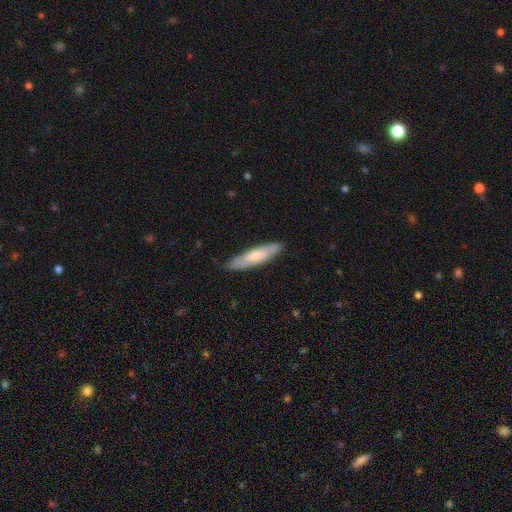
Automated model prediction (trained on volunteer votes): Smooth or featured? smooth (53%)
How rounded? cigar-shaped (74%)
Merging? none (84%)